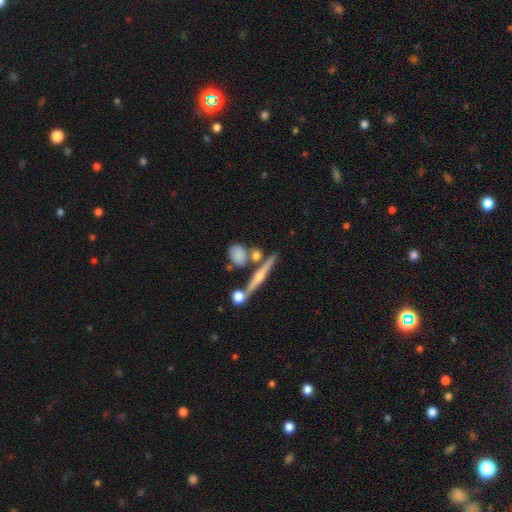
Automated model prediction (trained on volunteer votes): Smooth or featured? Predicted: smooth (p=0.56). How rounded? Predicted: in between (p=0.35). Merging? Predicted: none (p=0.64).